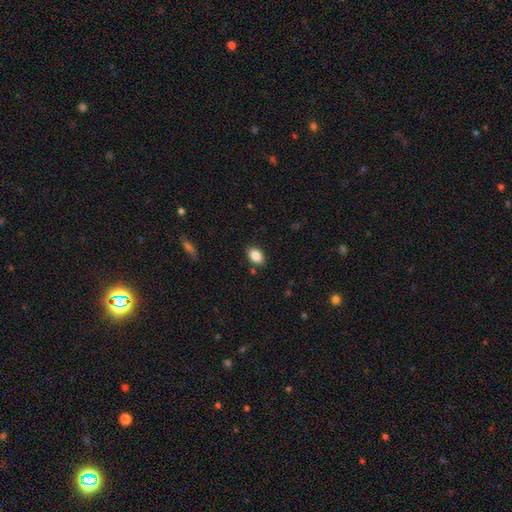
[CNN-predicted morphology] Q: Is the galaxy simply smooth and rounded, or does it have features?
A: smooth — 87%.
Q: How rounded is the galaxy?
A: in between — 85%.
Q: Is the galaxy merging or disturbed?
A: none — 86%.